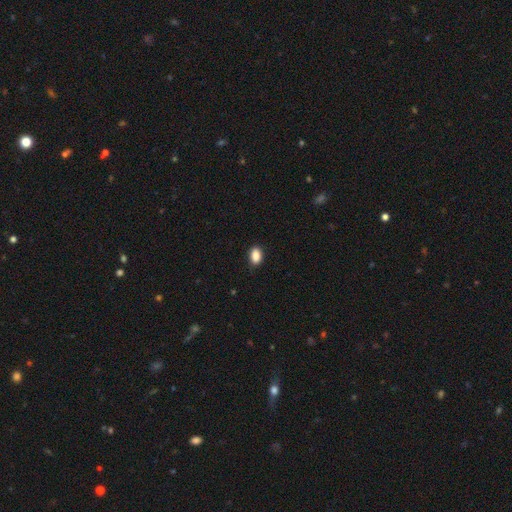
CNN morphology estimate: This is clearly a smooth galaxy (89%). How rounded: clearly in between (88%). Merging: clearly none (85%).